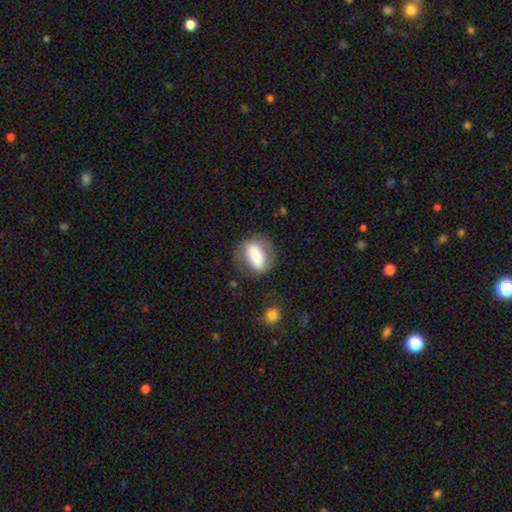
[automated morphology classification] Smooth or featured? smooth (50%)
How rounded? in between (70%)
Merging? none (70%)